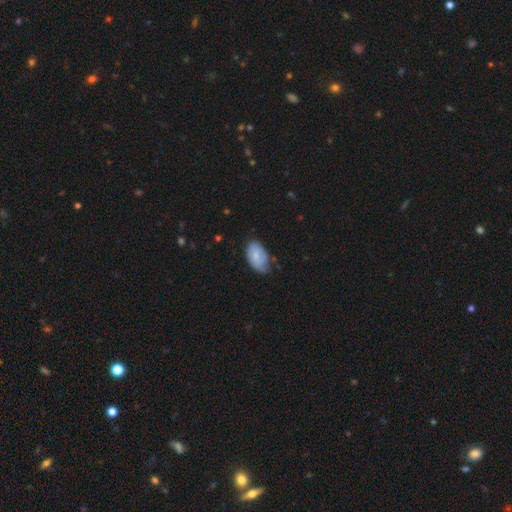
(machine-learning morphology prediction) Q: Smooth or featured?
A: smooth (76%); runner-up: featured or disk (17%)
Q: How rounded?
A: in between (93%); runner-up: round (5%)
Q: Merging?
A: none (56%); runner-up: minor disturbance (35%)